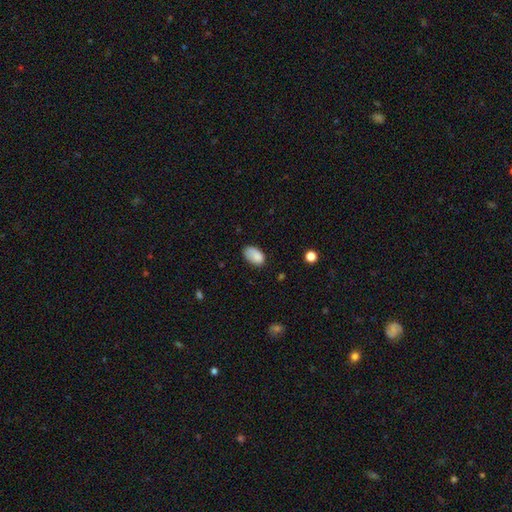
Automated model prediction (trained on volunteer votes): Overall: smooth (85%). How rounded: in between (92%). Merging: none (65%; minor disturbance 26%).